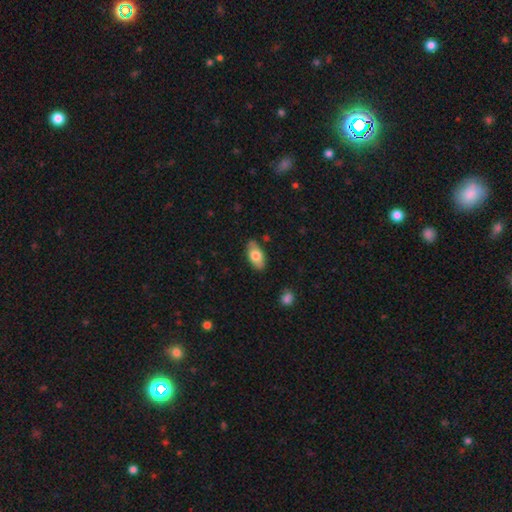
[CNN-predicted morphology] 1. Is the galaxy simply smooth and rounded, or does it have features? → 74% smooth, 20% featured or disk, 6% star or artifact.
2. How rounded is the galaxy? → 92% in between, 4% cigar-shaped, 3% round.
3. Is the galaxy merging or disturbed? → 82% none, 14% minor disturbance, 2% major disturbance, 2% merger.